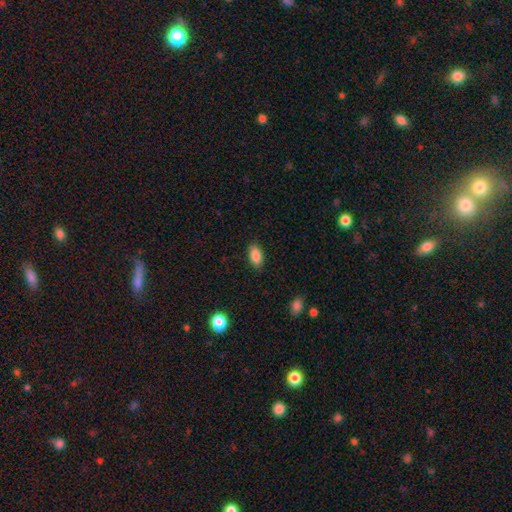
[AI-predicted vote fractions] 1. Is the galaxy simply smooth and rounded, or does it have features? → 87% smooth, 7% star or artifact, 6% featured or disk.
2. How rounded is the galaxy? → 92% in between, 4% round, 4% cigar-shaped.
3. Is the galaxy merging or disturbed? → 86% none, 10% minor disturbance, 2% major disturbance, 1% merger.